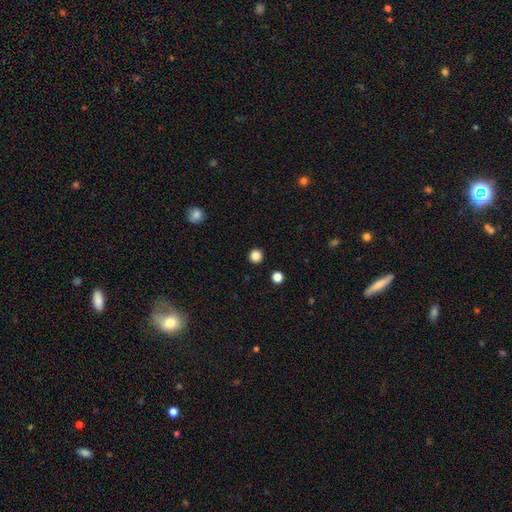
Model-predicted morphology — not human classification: Smooth or featured? smooth (85%)
How rounded? round (95%)
Merging? none (93%)